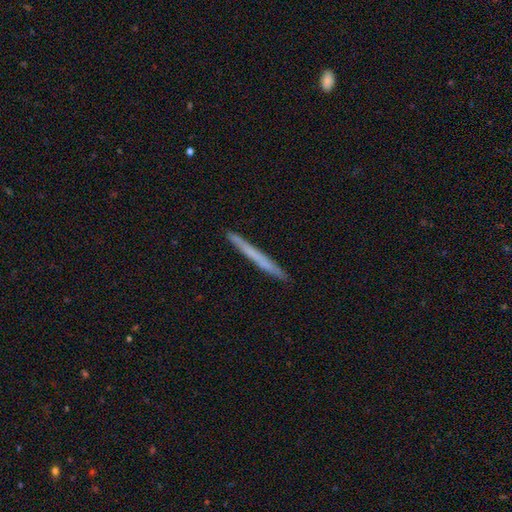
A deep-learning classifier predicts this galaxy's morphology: A smooth galaxy with no disk features (55%) that is cigar-shaped (97%).

Vote fractions:
- Smooth or featured? smooth: 55% / featured or disk: 39% / star or artifact: 6%
- How rounded? cigar-shaped: 97% / in between: 1% / round: 1%
- Merging? none: 92% / minor disturbance: 6% / major disturbance: 1% / merger: 1%